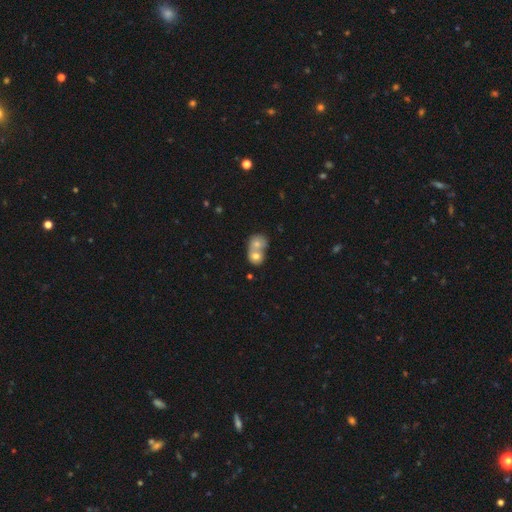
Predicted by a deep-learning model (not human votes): Overall: smooth (70%). How rounded: round (64%; in between 35%). Merging: merger (76%).